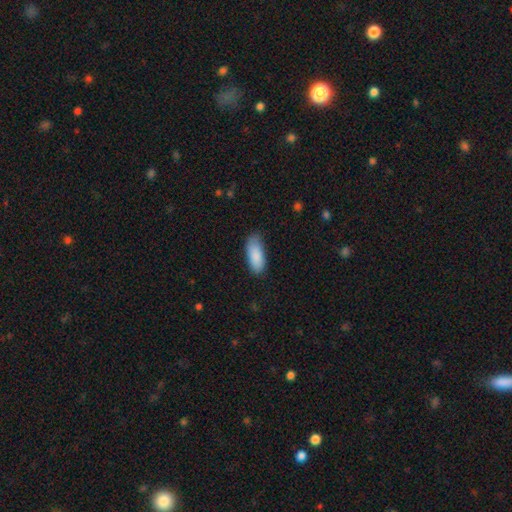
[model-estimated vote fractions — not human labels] Q: Smooth or featured?
A: smooth (89%); runner-up: star or artifact (6%)
Q: How rounded?
A: in between (81%); runner-up: cigar-shaped (17%)
Q: Merging?
A: none (73%); runner-up: minor disturbance (22%)